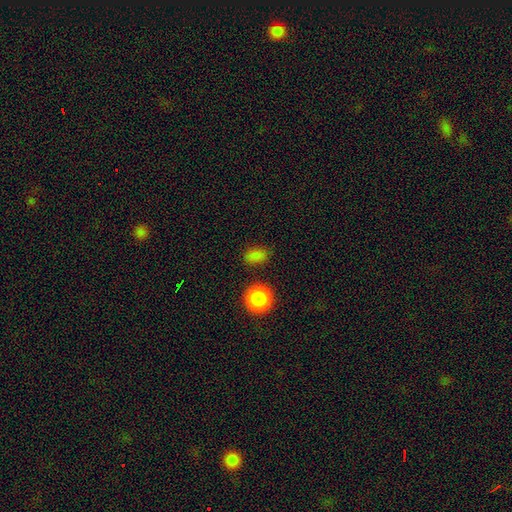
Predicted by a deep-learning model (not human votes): A smooth galaxy with no disk features (84%) that is in between round and cigar-shaped (68%).

Vote fractions:
- Smooth or featured? smooth: 84% / star or artifact: 12% / featured or disk: 4%
- How rounded? in between: 68% / round: 29% / cigar-shaped: 3%
- Merging? none: 81% / minor disturbance: 11% / merger: 4% / major disturbance: 4%